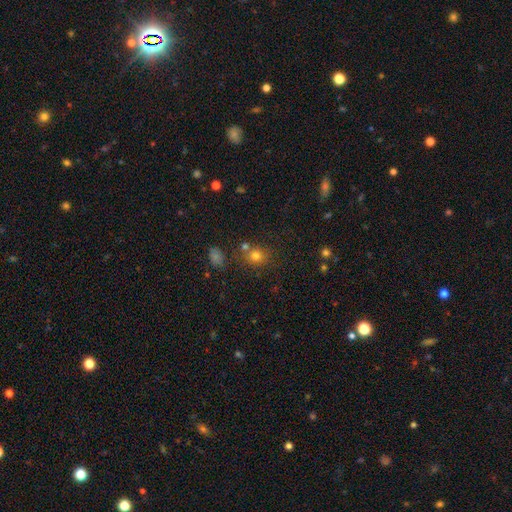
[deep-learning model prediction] Smooth or featured?
  - smooth: 75% *
  - star or artifact: 17%
  - featured or disk: 8%
How rounded?
  - round: 77% *
  - in between: 22%
  - cigar-shaped: 1%
Merging?
  - none: 69% *
  - merger: 16%
  - minor disturbance: 11%
  - major disturbance: 4%